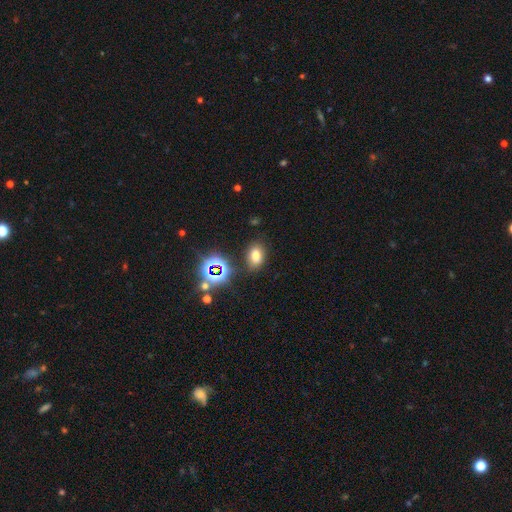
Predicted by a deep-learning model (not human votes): This is likely a smooth galaxy (67%). How rounded: clearly in between (81%). Merging: clearly none (81%).